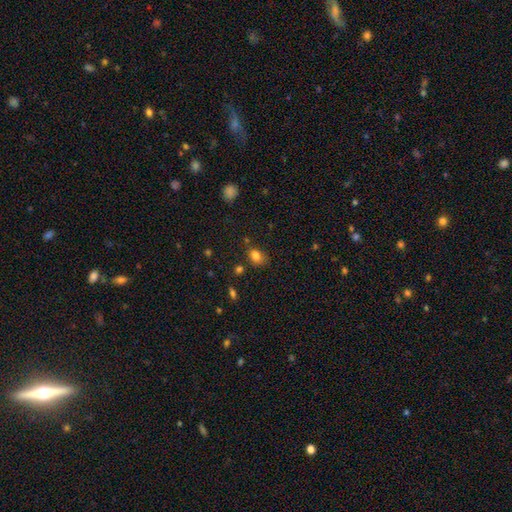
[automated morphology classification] A smooth galaxy with no disk features (81%) that is in between round and cigar-shaped (68%).

Vote fractions:
- Smooth or featured? smooth: 81% / star or artifact: 13% / featured or disk: 6%
- How rounded? in between: 68% / round: 30% / cigar-shaped: 1%
- Merging? none: 62% / minor disturbance: 24% / major disturbance: 7% / merger: 7%